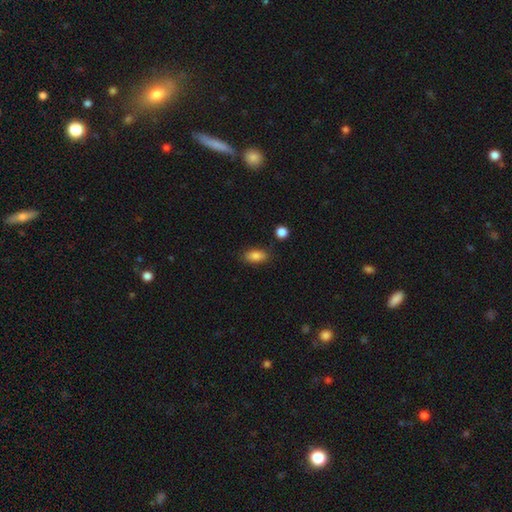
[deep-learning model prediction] Morphology: type=smooth (84%); roundness=in between (87%); merging=none (83%).